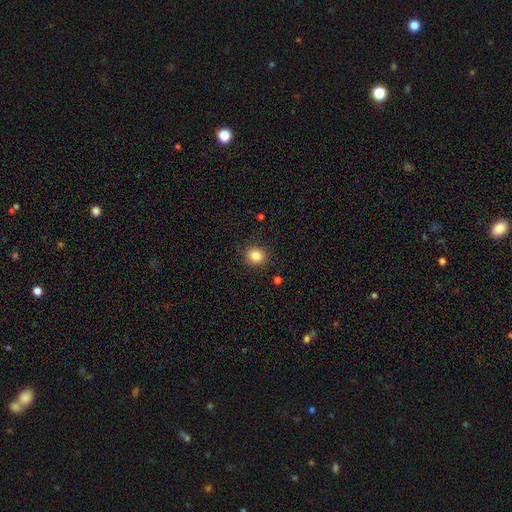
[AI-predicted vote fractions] Smooth or featured? Predicted: smooth (p=0.84). How rounded? Predicted: round (p=0.85). Merging? Predicted: none (p=0.89).